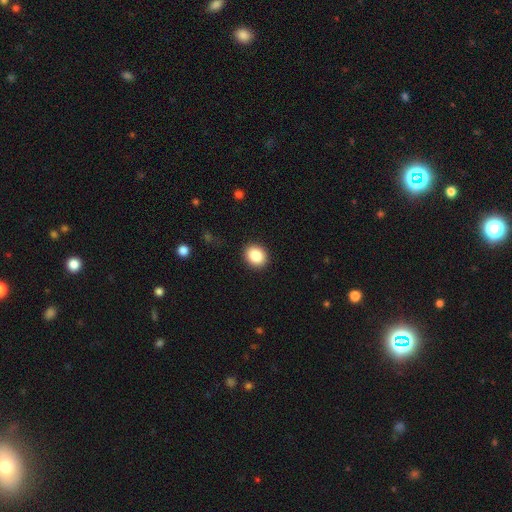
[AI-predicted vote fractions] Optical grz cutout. It shows a smooth galaxy with no disk features (87%) that is round (64%). Merging: none (91%).